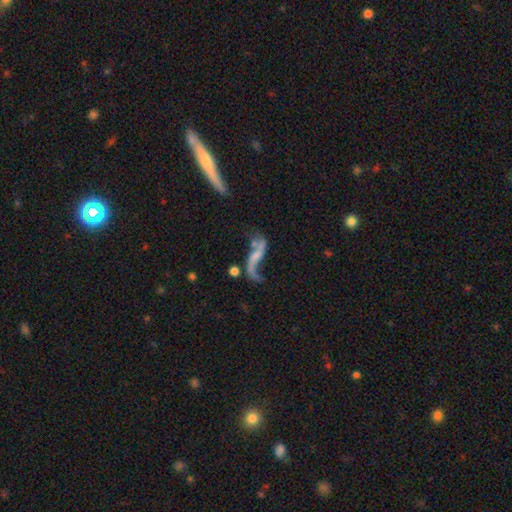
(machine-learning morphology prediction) A featured or disk galaxy (77%) with no bar (50%), 2 (82%) loose (93%) spiral arms (84%) and no central bulge (45%). Merging: none (43%).